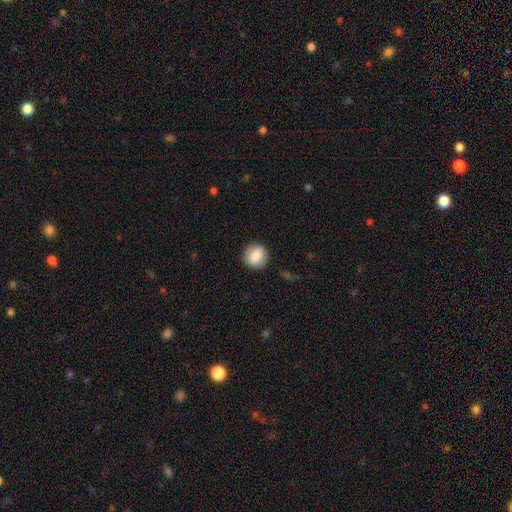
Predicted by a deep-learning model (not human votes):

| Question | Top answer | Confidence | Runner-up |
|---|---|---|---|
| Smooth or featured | smooth | 84% | featured or disk (8%) |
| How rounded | round | 89% | in between (10%) |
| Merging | none | 89% | minor disturbance (8%) |